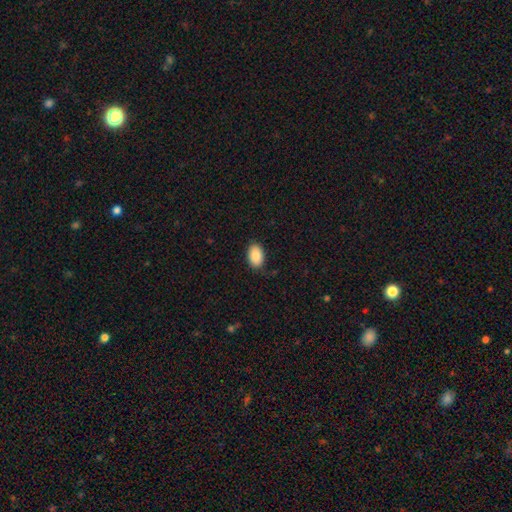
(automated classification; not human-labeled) smooth 88%, star or artifact 7%, featured or disk 5%. Down the decision tree: how rounded — in between (91%); merging — none (85%).